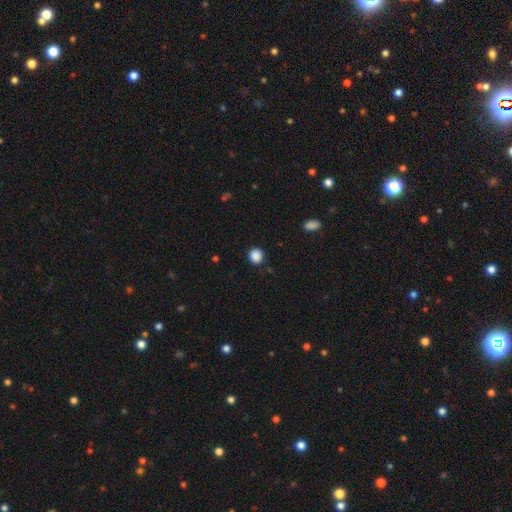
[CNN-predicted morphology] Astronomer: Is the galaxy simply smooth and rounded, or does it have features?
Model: smooth — 88%.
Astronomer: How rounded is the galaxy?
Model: round — 90%.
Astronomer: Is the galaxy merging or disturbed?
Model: none — 90%.